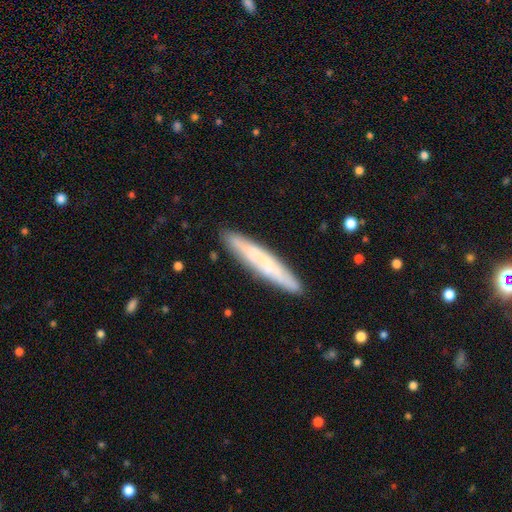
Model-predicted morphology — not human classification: Smooth or featured? Predicted: smooth (p=0.58). How rounded? Predicted: cigar-shaped (p=0.93). Merging? Predicted: none (p=0.89).